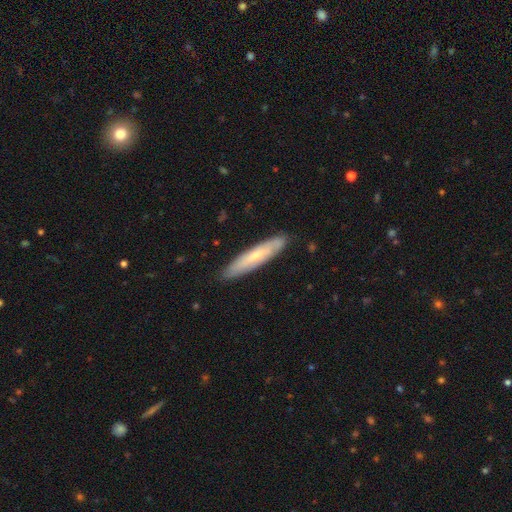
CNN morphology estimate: A smooth galaxy with no disk features (51%) that is cigar-shaped (87%).

Vote fractions:
- Smooth or featured? smooth: 51% / featured or disk: 43% / star or artifact: 6%
- How rounded? cigar-shaped: 87% / in between: 12% / round: 1%
- Merging? none: 86% / minor disturbance: 11% / major disturbance: 2% / merger: 1%